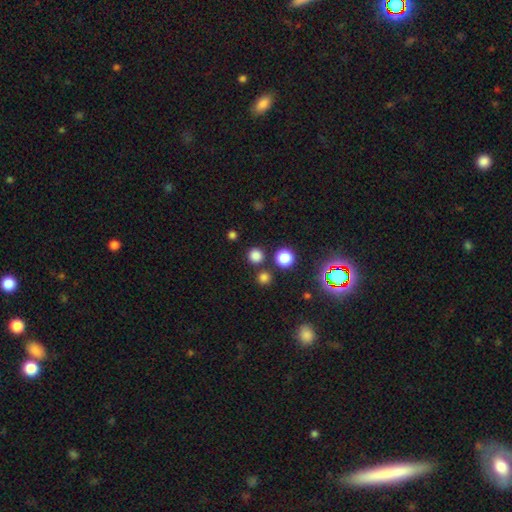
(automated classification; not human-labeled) Smooth or featured?
  - smooth: 78% *
  - star or artifact: 18%
  - featured or disk: 4%
How rounded?
  - round: 93% *
  - in between: 6%
  - cigar-shaped: 1%
Merging?
  - none: 82% *
  - merger: 9%
  - minor disturbance: 6%
  - major disturbance: 3%